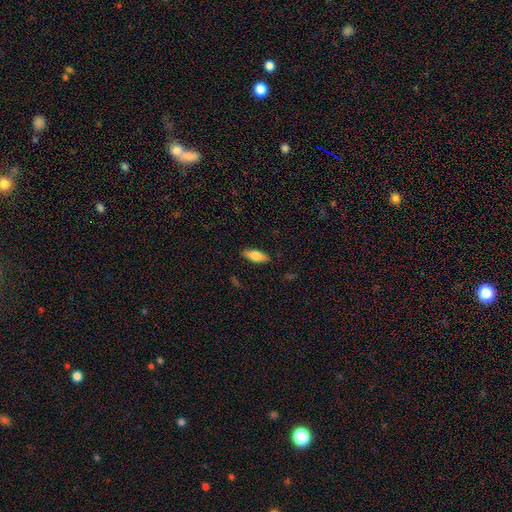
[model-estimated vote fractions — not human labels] A smooth galaxy with no disk features (75%) that is in between round and cigar-shaped (71%).

Vote fractions:
- Smooth or featured? smooth: 75% / featured or disk: 19% / star or artifact: 6%
- How rounded? in between: 71% / cigar-shaped: 26% / round: 2%
- Merging? none: 87% / minor disturbance: 10% / major disturbance: 2% / merger: 1%